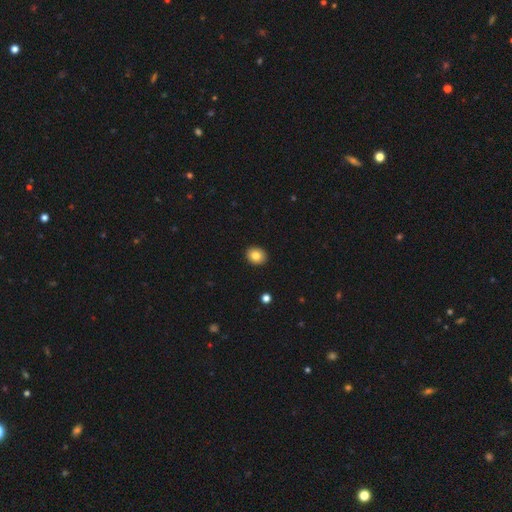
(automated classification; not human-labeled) A smooth galaxy with no disk features (82%) that is round (62%).

Vote fractions:
- Smooth or featured? smooth: 82% / star or artifact: 9% / featured or disk: 9%
- How rounded? round: 62% / in between: 37% / cigar-shaped: 1%
- Merging? none: 92% / minor disturbance: 6% / major disturbance: 2% / merger: 1%